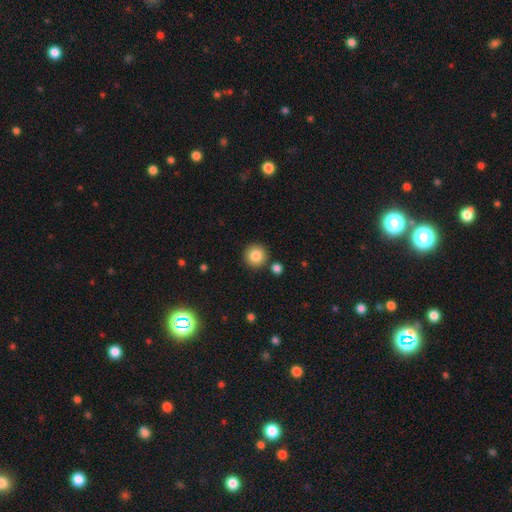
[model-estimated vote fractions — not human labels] smooth_or_featured: smooth (p=0.85) [alt: star or artifact p=0.10]
how_rounded: round (p=0.95) [alt: in between p=0.04]
merging: none (p=0.87) [alt: minor disturbance p=0.06]